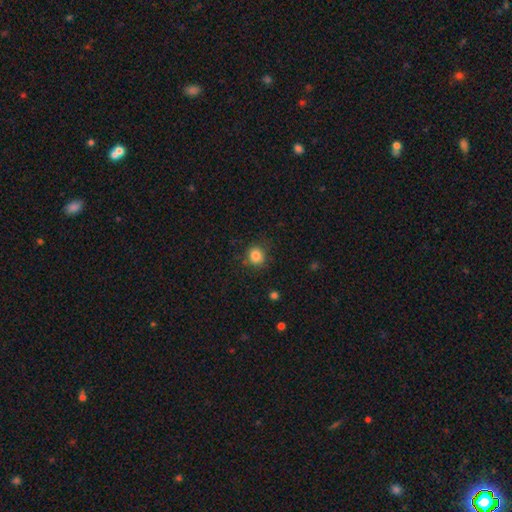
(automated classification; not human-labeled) Morphology: type=smooth (84%); roundness=round (85%); merging=none (81%).